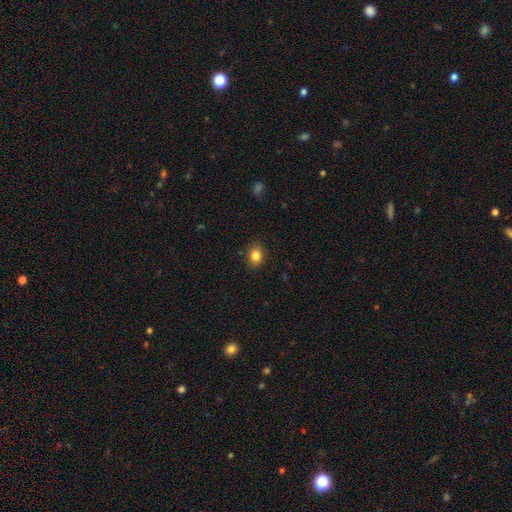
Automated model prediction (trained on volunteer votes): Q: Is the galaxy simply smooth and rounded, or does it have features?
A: smooth — 84%.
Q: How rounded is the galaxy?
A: in between — 51%.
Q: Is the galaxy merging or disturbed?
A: none — 87%.